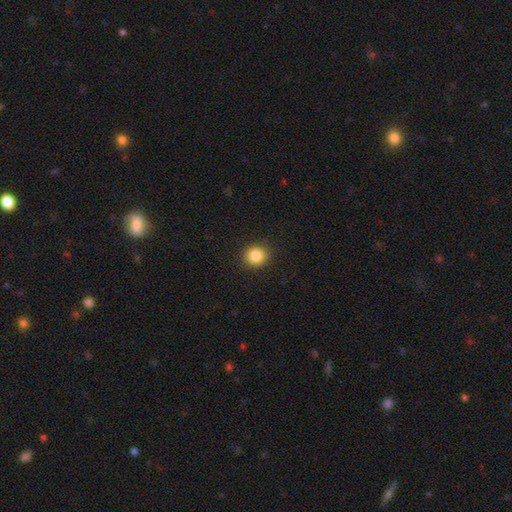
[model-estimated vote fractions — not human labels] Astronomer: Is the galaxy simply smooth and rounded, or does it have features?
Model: smooth — 85%.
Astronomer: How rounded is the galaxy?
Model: round — 84%.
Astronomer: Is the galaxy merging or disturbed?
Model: none — 91%.